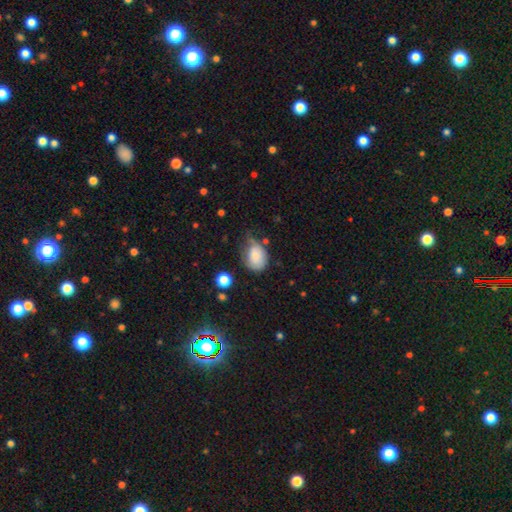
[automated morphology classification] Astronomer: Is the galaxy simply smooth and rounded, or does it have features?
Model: smooth — 76%.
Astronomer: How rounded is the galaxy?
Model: in between — 68%.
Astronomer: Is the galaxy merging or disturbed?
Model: minor disturbance — 40% (runner-up: none, 37%).